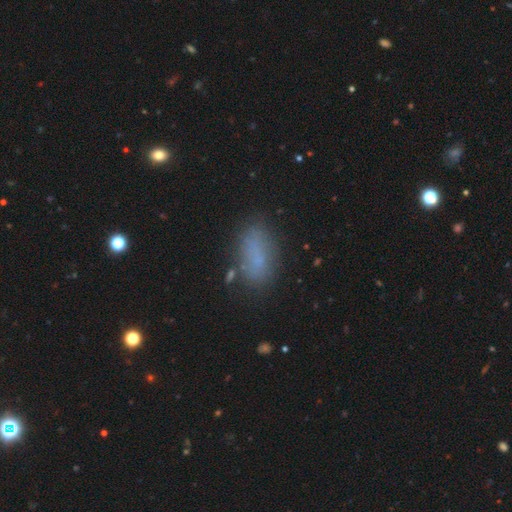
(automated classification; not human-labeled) smooth_or_featured: smooth (p=0.75) [alt: featured or disk p=0.13]
how_rounded: in between (p=0.85) [alt: cigar-shaped p=0.10]
merging: none (p=0.74) [alt: minor disturbance p=0.16]